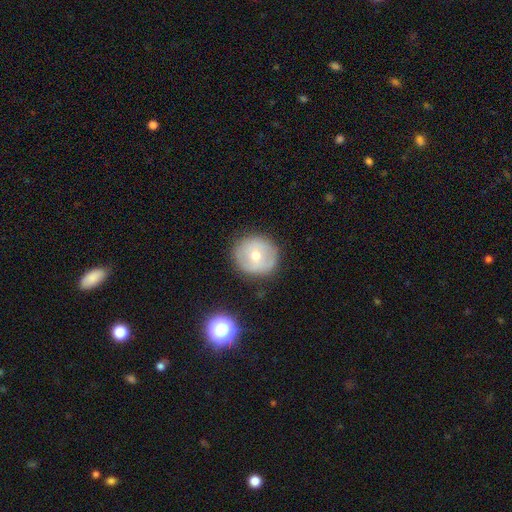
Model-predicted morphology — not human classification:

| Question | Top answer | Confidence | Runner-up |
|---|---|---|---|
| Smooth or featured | smooth | 51% | featured or disk (39%) |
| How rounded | round | 90% | in between (9%) |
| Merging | none | 85% | minor disturbance (10%) |